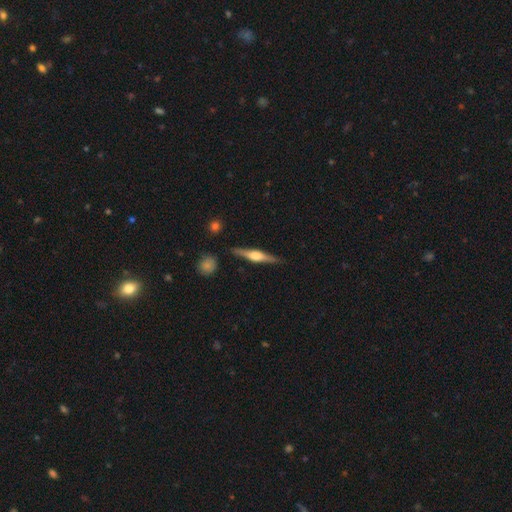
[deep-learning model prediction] A featured or disk galaxy (72%) viewed edge-on (98%) with a rounded central bulge (88%). Merging: none (88%).